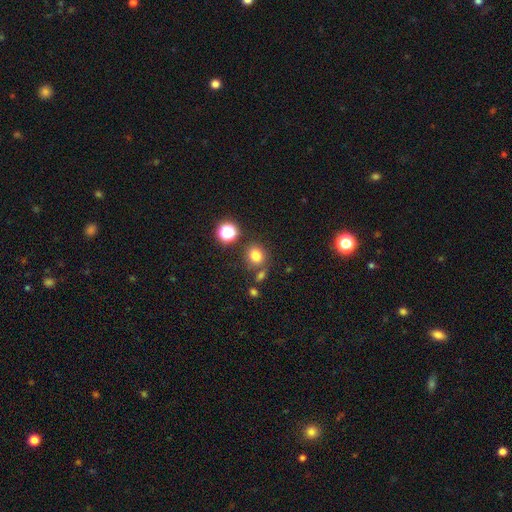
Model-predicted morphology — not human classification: Smooth or featured? smooth (77%)
How rounded? round (75%)
Merging? none (74%)